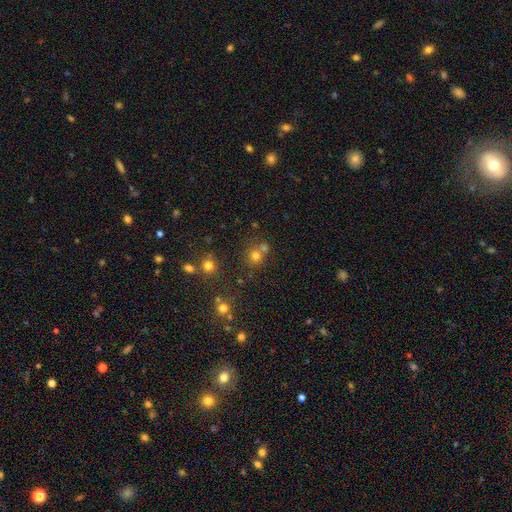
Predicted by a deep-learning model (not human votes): smooth 71%, star or artifact 20%, featured or disk 9%. Down the decision tree: how rounded — round (87%); merging — none (60%).